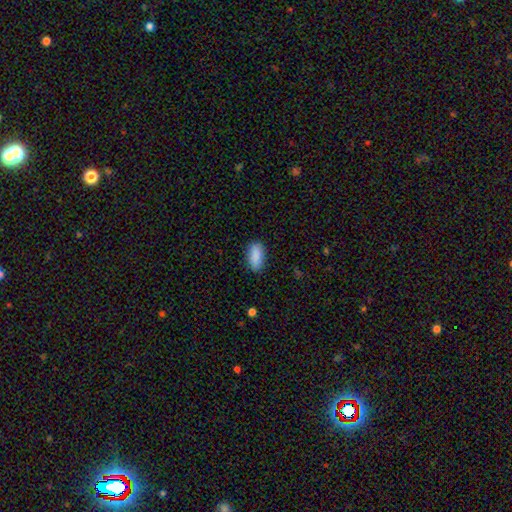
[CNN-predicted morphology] smooth-or-featured: smooth: 89% | star or artifact: 7% | featured or disk: 4%
  how-rounded: in between: 90% | cigar-shaped: 7% | round: 3%
  merging: none: 85% | minor disturbance: 11% | major disturbance: 2% | merger: 1%